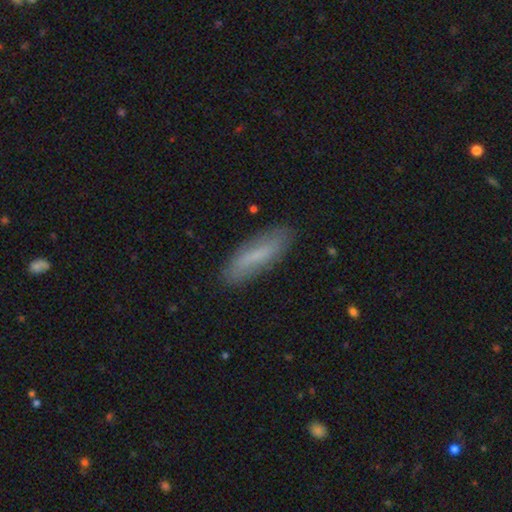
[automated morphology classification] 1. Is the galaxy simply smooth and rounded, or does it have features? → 63% smooth, 29% featured or disk, 7% star or artifact.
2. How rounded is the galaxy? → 64% cigar-shaped, 35% in between, 2% round.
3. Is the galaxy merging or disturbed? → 83% none, 13% minor disturbance, 3% major disturbance, 1% merger.